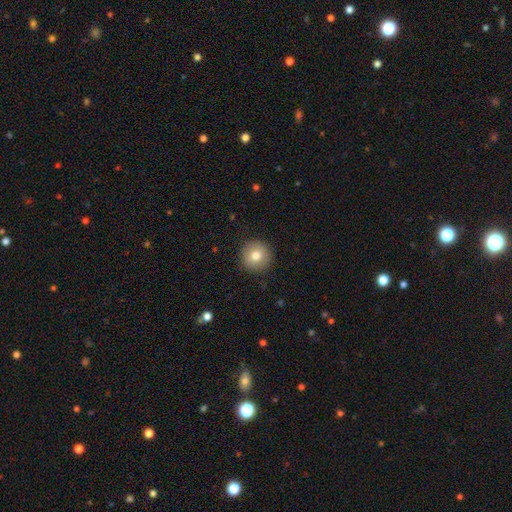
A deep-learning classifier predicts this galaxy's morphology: smooth-or-featured: smooth: 79% | featured or disk: 12% | star or artifact: 9%
  how-rounded: round: 96% | in between: 3% | cigar-shaped: 1%
  merging: none: 92% | minor disturbance: 6% | major disturbance: 2% | merger: 1%